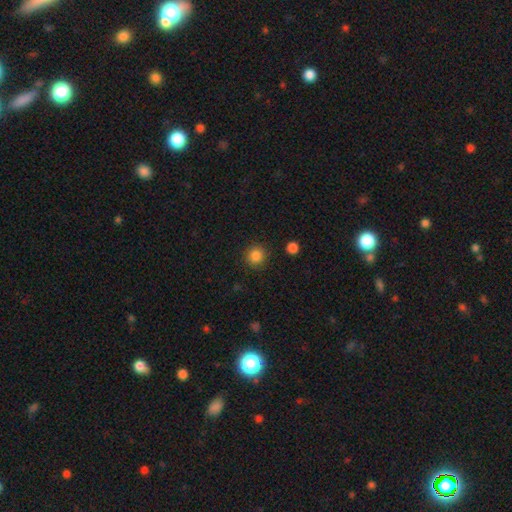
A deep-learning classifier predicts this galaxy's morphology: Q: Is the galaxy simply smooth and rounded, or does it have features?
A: smooth — 85%.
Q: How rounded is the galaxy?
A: round — 93%.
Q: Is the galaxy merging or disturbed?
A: none — 90%.